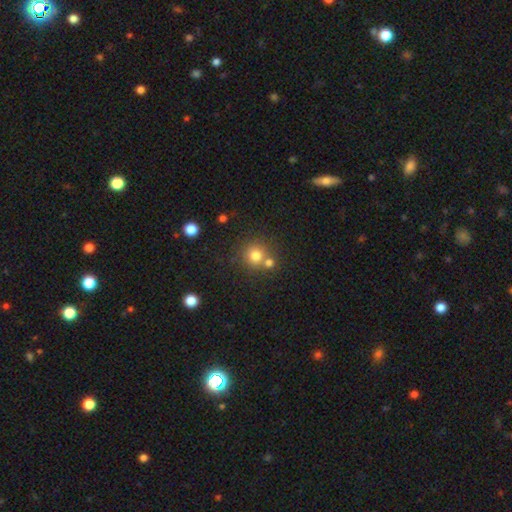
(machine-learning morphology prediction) This is likely a smooth galaxy (76%). How rounded: clearly round (91%). Merging: likely none (62%).